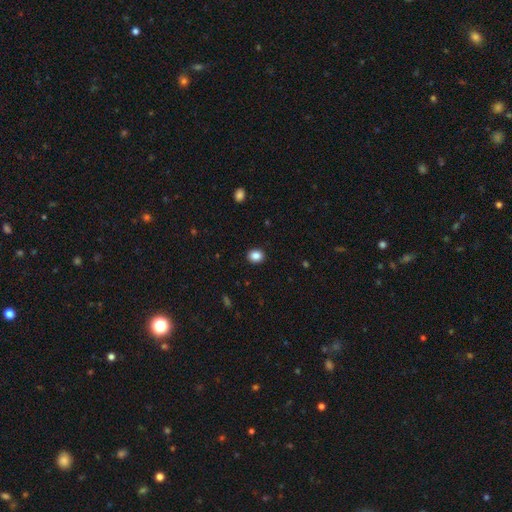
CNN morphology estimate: Overall: smooth (86%). How rounded: round (58%; in between 41%). Merging: none (91%).